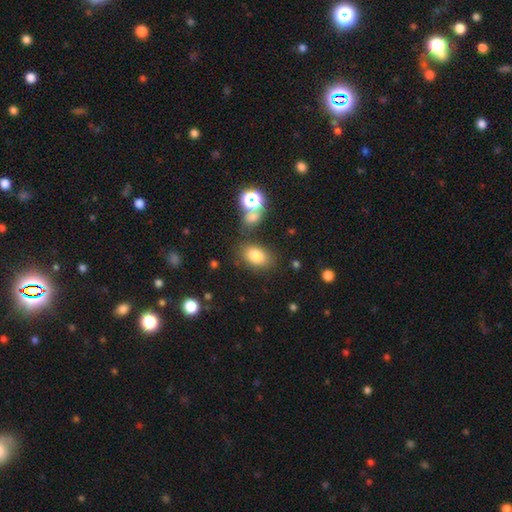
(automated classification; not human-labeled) Morphology: type=smooth (79%); roundness=in between (80%); merging=none (75%).